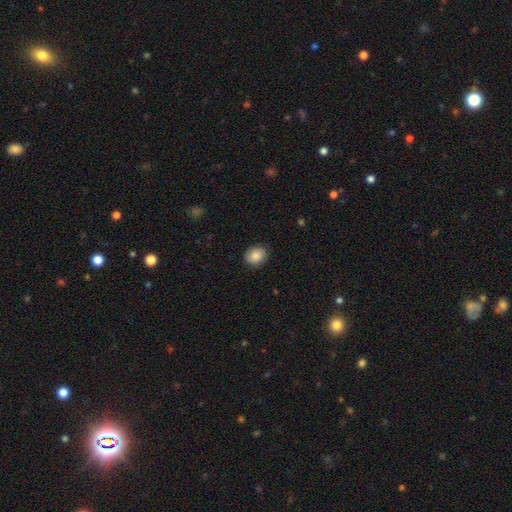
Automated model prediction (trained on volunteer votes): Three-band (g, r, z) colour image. It shows a smooth galaxy with no disk features (86%) that is round (55%). Merging: none (88%).